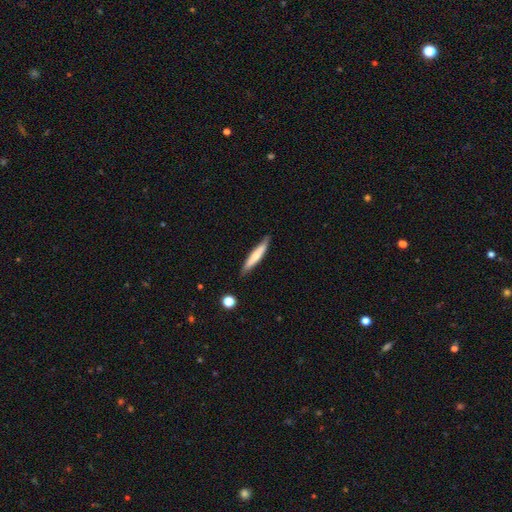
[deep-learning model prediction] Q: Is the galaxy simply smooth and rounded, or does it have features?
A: smooth — 64%.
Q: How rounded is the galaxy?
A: cigar-shaped — 90%.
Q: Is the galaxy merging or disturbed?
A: none — 82%.